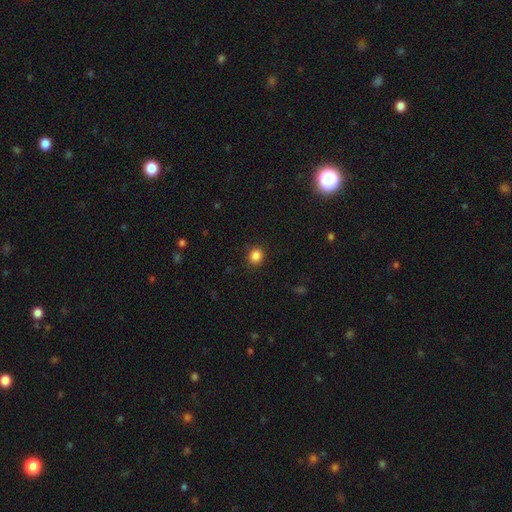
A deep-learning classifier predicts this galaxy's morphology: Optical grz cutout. It shows a smooth galaxy with no disk features (86%) that is round (79%). Merging: none (90%).